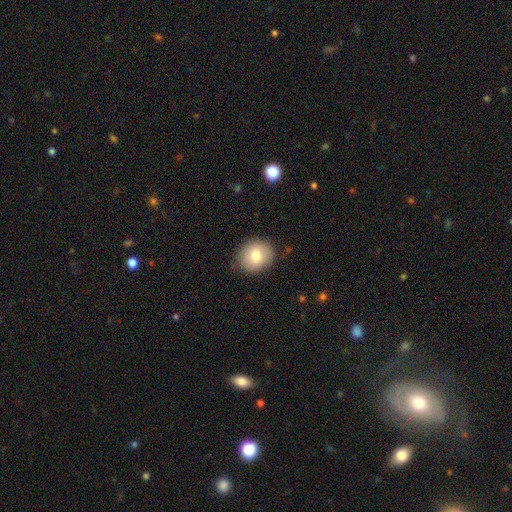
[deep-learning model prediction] The model was most divided on "how rounded": round: 71%, in between: 28%, cigar-shaped: 1%. More confident: merging — none (85%); smooth or featured — smooth (78%).